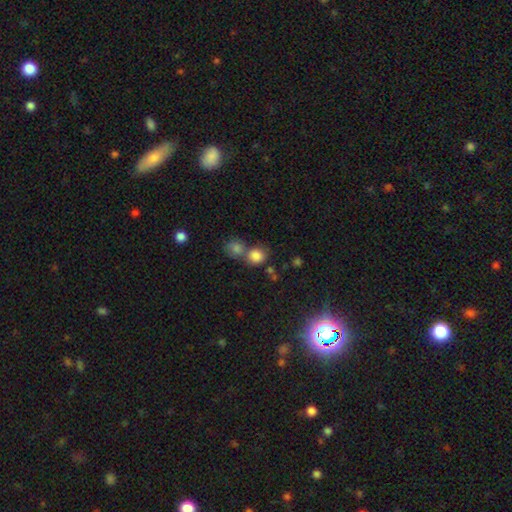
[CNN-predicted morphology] A smooth galaxy with no disk features (83%) that is round (78%).

Vote fractions:
- Smooth or featured? smooth: 83% / star or artifact: 11% / featured or disk: 6%
- How rounded? round: 78% / in between: 21% / cigar-shaped: 1%
- Merging? none: 45% / merger: 43% / minor disturbance: 8% / major disturbance: 4%